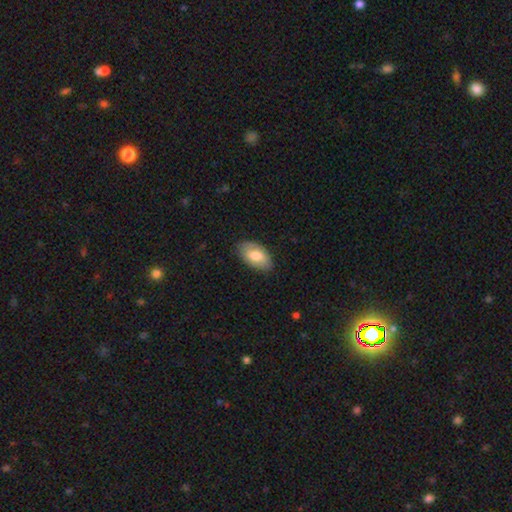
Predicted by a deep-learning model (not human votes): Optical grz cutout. It shows a smooth galaxy with no disk features (74%) that is in between round and cigar-shaped (95%). Merging: none (80%).